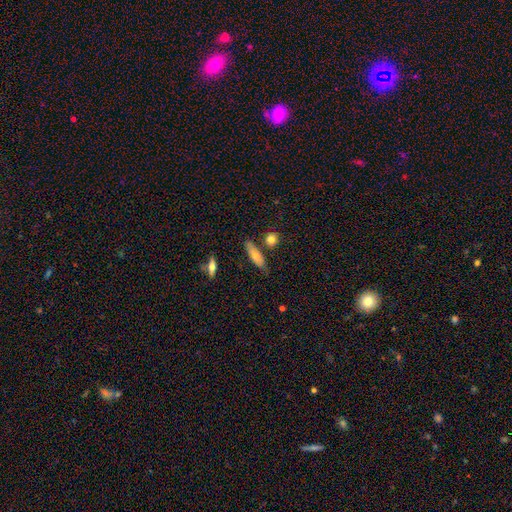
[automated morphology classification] Smooth or featured? Predicted: smooth (p=0.69). How rounded? Predicted: cigar-shaped (p=0.51). Merging? Predicted: none (p=0.71).